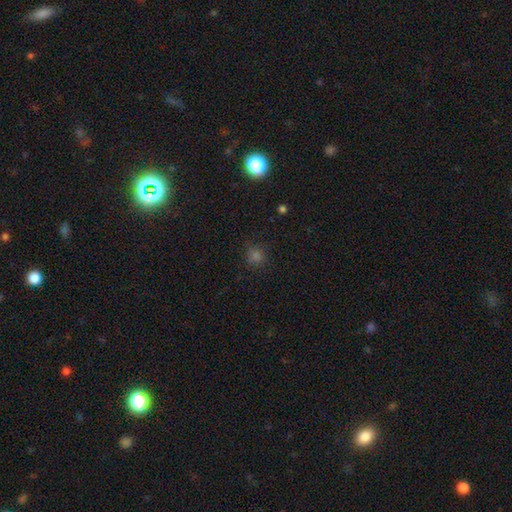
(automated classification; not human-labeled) Q: Smooth or featured?
A: smooth (69%); runner-up: star or artifact (26%)
Q: How rounded?
A: round (88%); runner-up: in between (11%)
Q: Merging?
A: none (83%); runner-up: minor disturbance (12%)